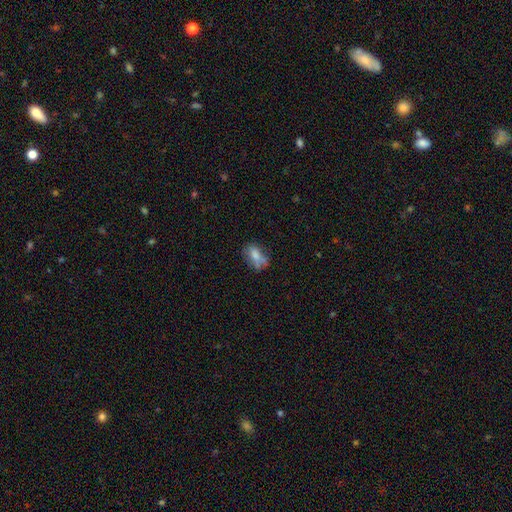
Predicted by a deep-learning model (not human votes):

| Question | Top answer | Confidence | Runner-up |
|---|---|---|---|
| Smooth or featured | smooth | 66% | featured or disk (23%) |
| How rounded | in between | 82% | round (13%) |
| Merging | none | 47% | minor disturbance (24%) |